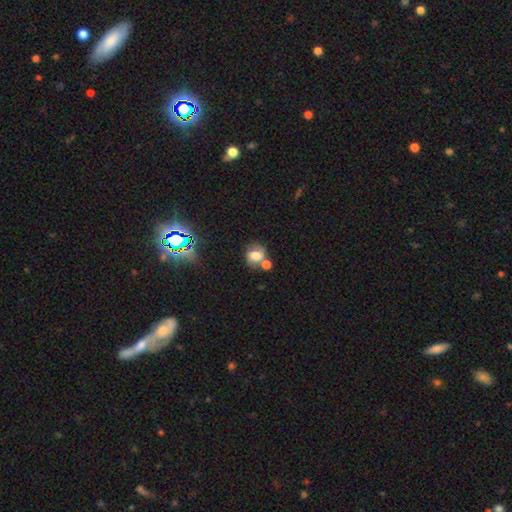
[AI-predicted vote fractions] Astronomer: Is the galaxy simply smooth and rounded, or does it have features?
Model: smooth — 67%.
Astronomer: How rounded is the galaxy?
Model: round — 64%.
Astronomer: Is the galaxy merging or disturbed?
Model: none — 45% (runner-up: merger, 35%).